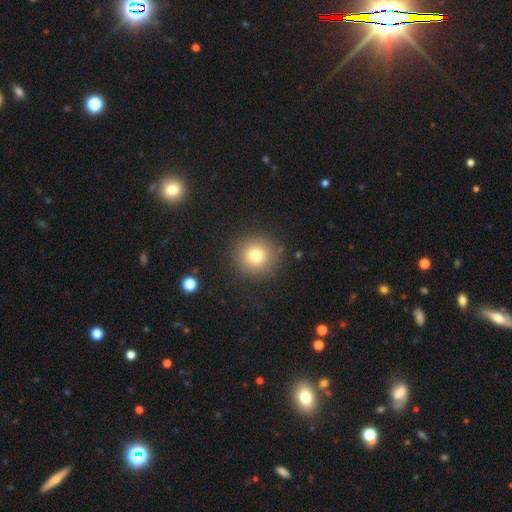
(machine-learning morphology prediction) smooth-or-featured: smooth: 76% | star or artifact: 13% | featured or disk: 10%
  how-rounded: round: 94% | in between: 5% | cigar-shaped: 1%
  merging: none: 89% | minor disturbance: 6% | major disturbance: 3% | merger: 2%